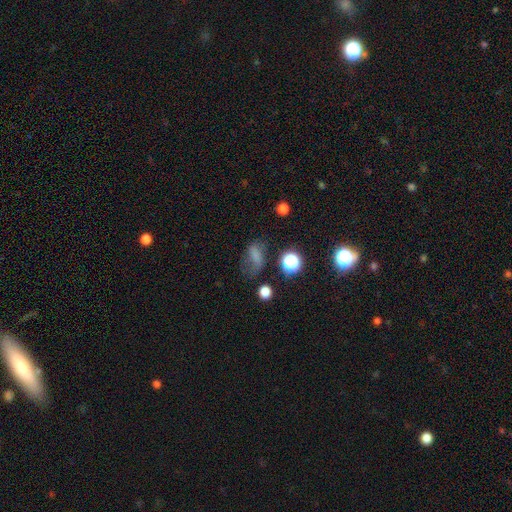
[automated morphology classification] Smooth or featured: smooth — 64% (star or artifact — 20%)
How rounded: in between — 75% (round — 19%)
Merging: none — 44% (minor disturbance — 26%)